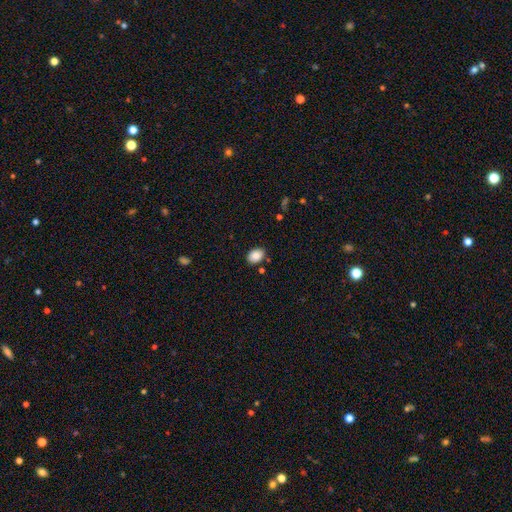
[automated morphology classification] type=smooth (88%); roundness=in between (77%); merging=none (84%).